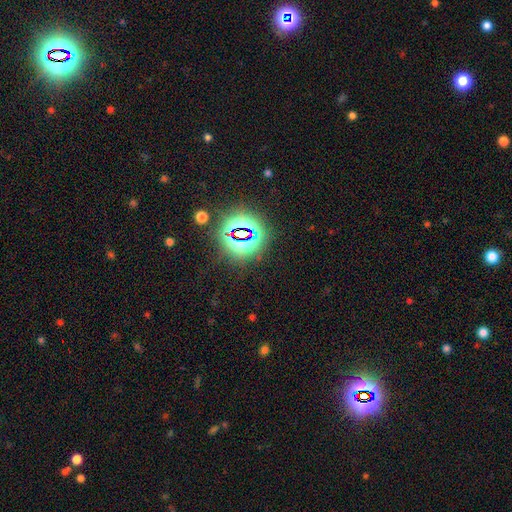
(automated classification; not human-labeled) smooth_or_featured: star or artifact (p=0.82) [alt: smooth p=0.11]